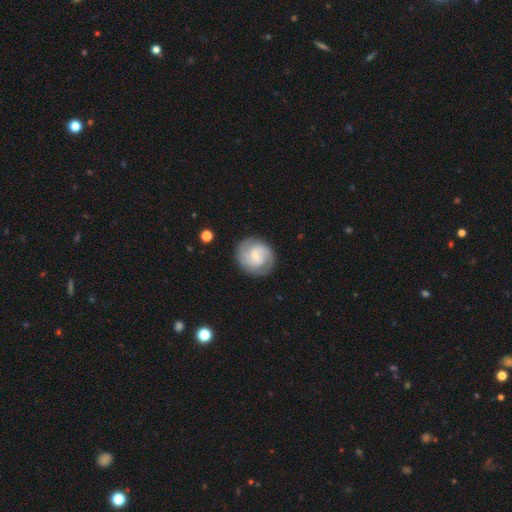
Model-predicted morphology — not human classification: Smooth or featured?
  - featured or disk: 69% *
  - smooth: 25%
  - star or artifact: 6%
Edge-on disk?
  - no: 98% *
  - yes: 2%
Bar?
  - no: 46% * (tied)
  - weak: 46% * (tied)
  - strong: 8%
Spiral arms?
  - yes: 93% *
  - no: 7%
Spiral winding?
  - tight: 43% *
  - medium: 42%
  - loose: 15%
Spiral arm count?
  - 2: 58% *
  - can't tell: 18%
  - 3: 14%
  - 1: 4%
  - 4: 4%
  - more than 4: 3%
Bulge size?
  - small: 66% *
  - moderate: 29%
  - none: 3%
  - large: 2%
  - dominant: 1%
Merging?
  - none: 84% *
  - minor disturbance: 11%
  - major disturbance: 4%
  - merger: 1%